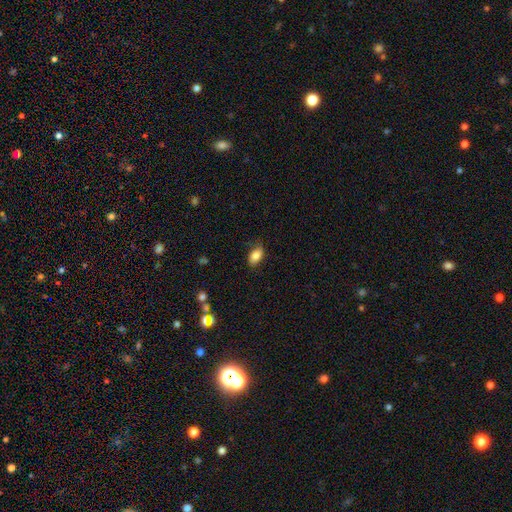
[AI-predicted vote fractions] A smooth galaxy with no disk features (81%) that is in between round and cigar-shaped (90%).

Vote fractions:
- Smooth or featured? smooth: 81% / featured or disk: 12% / star or artifact: 8%
- How rounded? in between: 90% / round: 7% / cigar-shaped: 3%
- Merging? none: 70% / minor disturbance: 23% / major disturbance: 6% / merger: 1%